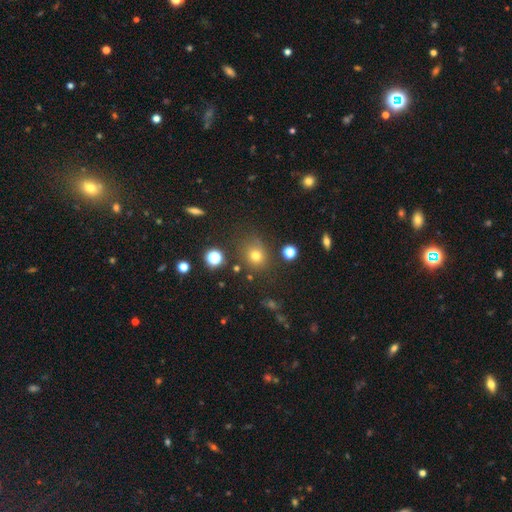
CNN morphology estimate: This appears to be a smooth galaxy with no disk features (72%) that is round (79%). Merging: none (77%).